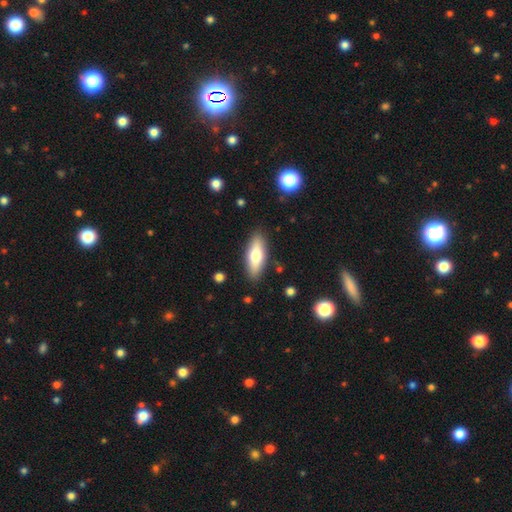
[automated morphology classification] A smooth galaxy with no disk features (64%) that is in between round and cigar-shaped (62%).

Vote fractions:
- Smooth or featured? smooth: 64% / featured or disk: 30% / star or artifact: 6%
- How rounded? in between: 62% / cigar-shaped: 36% / round: 2%
- Merging? none: 87% / minor disturbance: 9% / major disturbance: 2% / merger: 2%